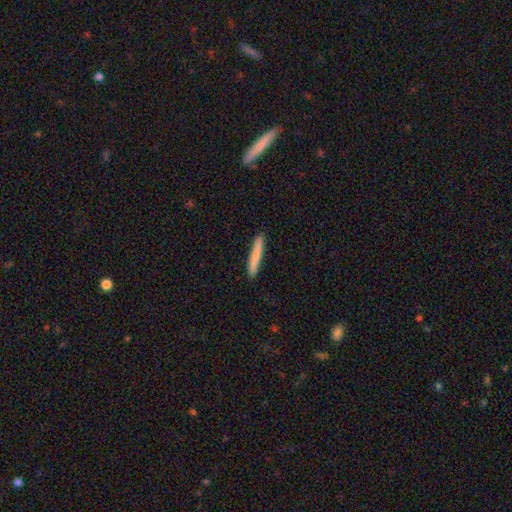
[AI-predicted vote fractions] A smooth galaxy with no disk features (78%) that is cigar-shaped (95%). Merging: none (91%).